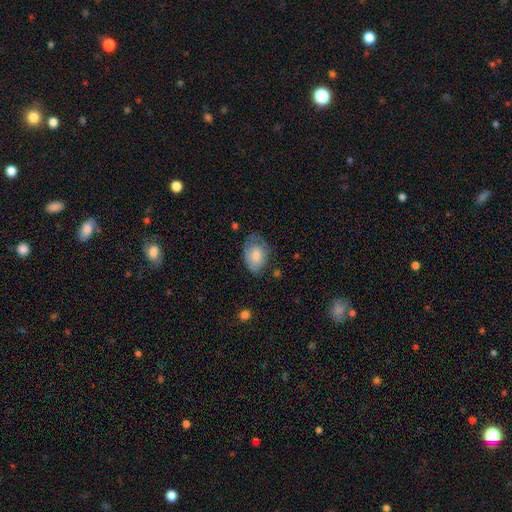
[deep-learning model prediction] Overall: smooth (68%). How rounded: in between (85%). Merging: none (50%; minor disturbance 33%).